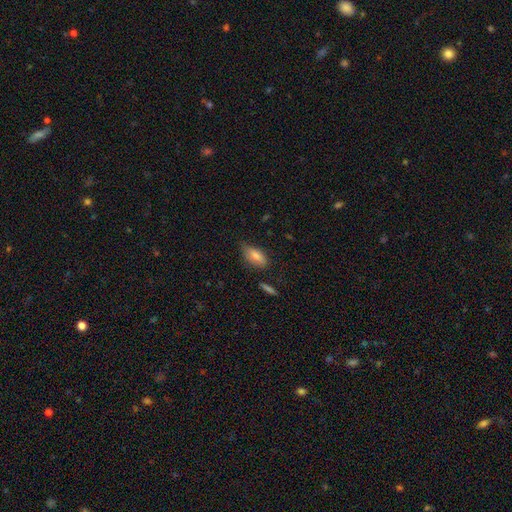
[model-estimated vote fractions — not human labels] Smooth or featured? Predicted: smooth (p=0.76). How rounded? Predicted: in between (p=0.87). Merging? Predicted: none (p=0.60).